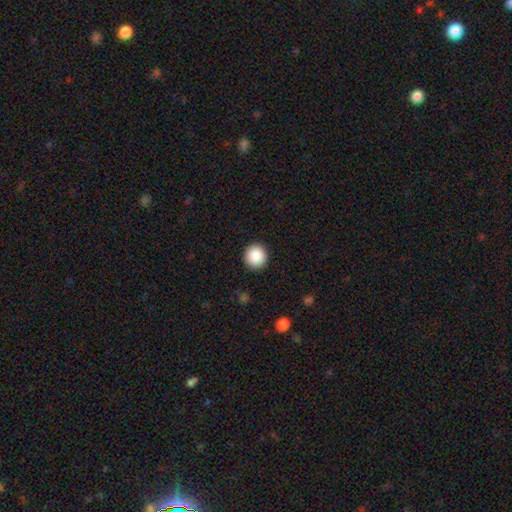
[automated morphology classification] Smooth or featured: smooth — 88% (star or artifact — 8%)
How rounded: round — 95% (in between — 4%)
Merging: none — 92% (minor disturbance — 5%)